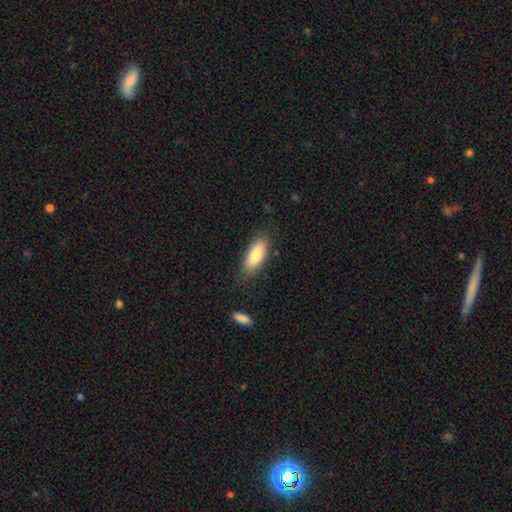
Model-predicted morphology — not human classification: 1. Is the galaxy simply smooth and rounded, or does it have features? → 82% smooth, 11% featured or disk, 6% star or artifact.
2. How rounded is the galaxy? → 77% in between, 21% cigar-shaped, 2% round.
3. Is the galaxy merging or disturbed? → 79% none, 15% minor disturbance, 4% major disturbance, 2% merger.